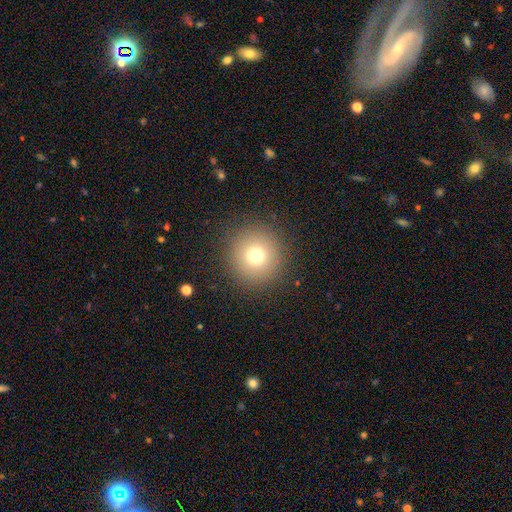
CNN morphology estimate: type=smooth (74%); roundness=round (95%); merging=none (91%).